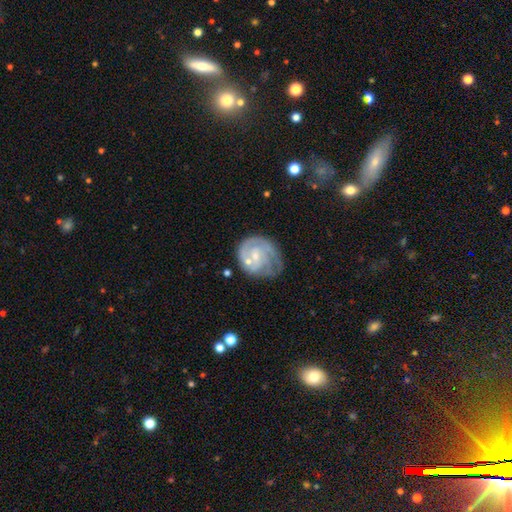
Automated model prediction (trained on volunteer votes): A featured or disk galaxy (74%) with no bar (59%), tight (57%) spiral arms (86%) and a small central bulge (60%). Merging: none (43%).